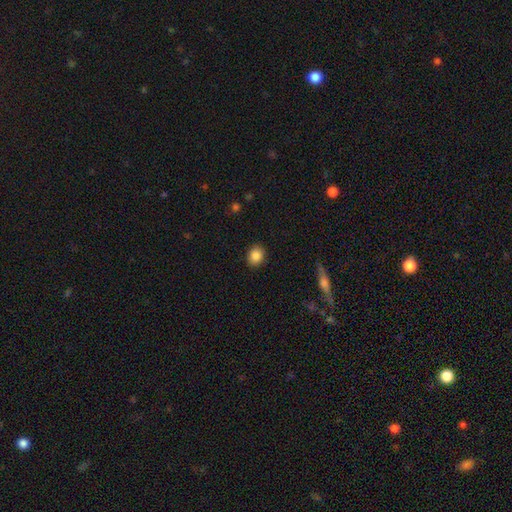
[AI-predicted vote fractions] smooth_or_featured: smooth (p=0.86) [alt: star or artifact p=0.09]
how_rounded: round (p=0.61) [alt: in between p=0.38]
merging: none (p=0.89) [alt: minor disturbance p=0.08]